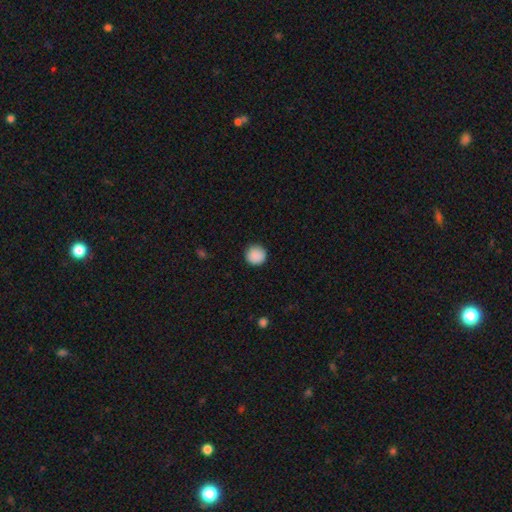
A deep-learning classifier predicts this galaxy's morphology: Q: Smooth or featured?
A: smooth (89%); runner-up: star or artifact (8%)
Q: How rounded?
A: round (95%); runner-up: in between (4%)
Q: Merging?
A: none (90%); runner-up: minor disturbance (7%)